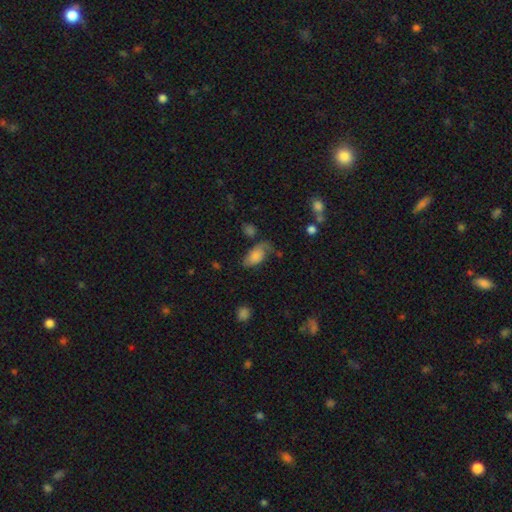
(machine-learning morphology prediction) Smooth or featured: smooth — 70% (featured or disk — 22%)
How rounded: in between — 92% (cigar-shaped — 4%)
Merging: none — 44% (minor disturbance — 32%)